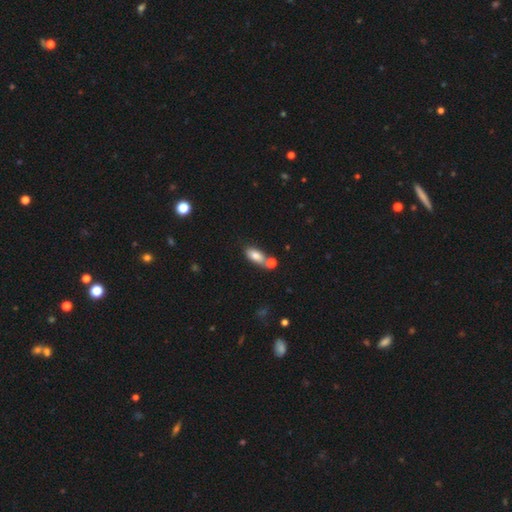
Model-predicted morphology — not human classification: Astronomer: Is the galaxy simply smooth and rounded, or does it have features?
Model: smooth — 79%.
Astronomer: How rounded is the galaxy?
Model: in between — 85%.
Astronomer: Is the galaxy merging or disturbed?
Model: none — 48% (runner-up: merger, 35%).